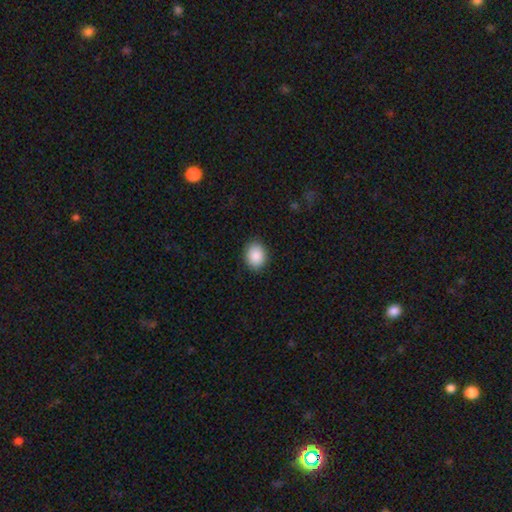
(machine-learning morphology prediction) A smooth galaxy with no disk features (90%) that is round (50%).

Vote fractions:
- Smooth or featured? smooth: 90% / star or artifact: 7% / featured or disk: 3%
- How rounded? round: 50% / in between: 49% / cigar-shaped: 1%
- Merging? none: 88% / minor disturbance: 8% / major disturbance: 2% / merger: 1%